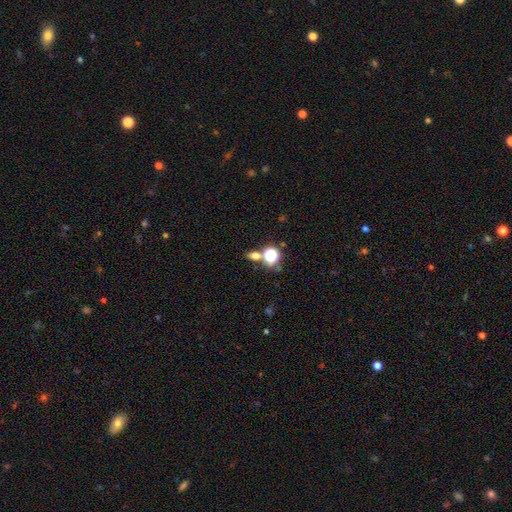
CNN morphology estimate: smooth-or-featured: smooth: 60% | star or artifact: 30% | featured or disk: 10%
  how-rounded: in between: 50% | round: 47% | cigar-shaped: 4%
  merging: none: 62% | merger: 24% | minor disturbance: 9% | major disturbance: 4%